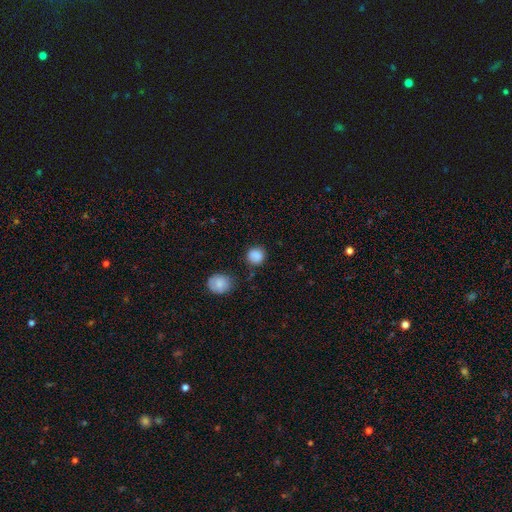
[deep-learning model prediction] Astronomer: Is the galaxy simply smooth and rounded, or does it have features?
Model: smooth — 87%.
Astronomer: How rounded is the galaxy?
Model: round — 90%.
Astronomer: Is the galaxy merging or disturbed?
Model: none — 82%.